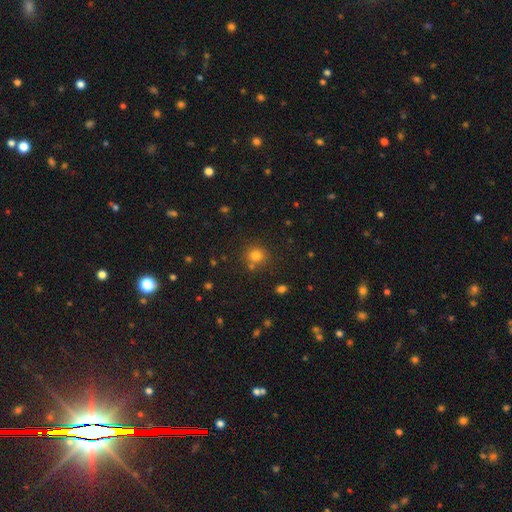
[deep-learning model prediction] Smooth or featured: smooth — 78% (star or artifact — 16%)
How rounded: round — 90% (in between — 9%)
Merging: none — 76% (merger — 11%)